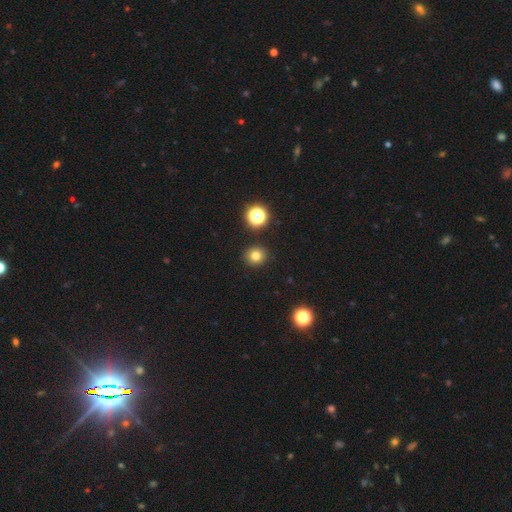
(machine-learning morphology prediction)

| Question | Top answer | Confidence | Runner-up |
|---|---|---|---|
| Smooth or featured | smooth | 78% | star or artifact (15%) |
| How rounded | round | 89% | in between (10%) |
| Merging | none | 91% | minor disturbance (5%) |